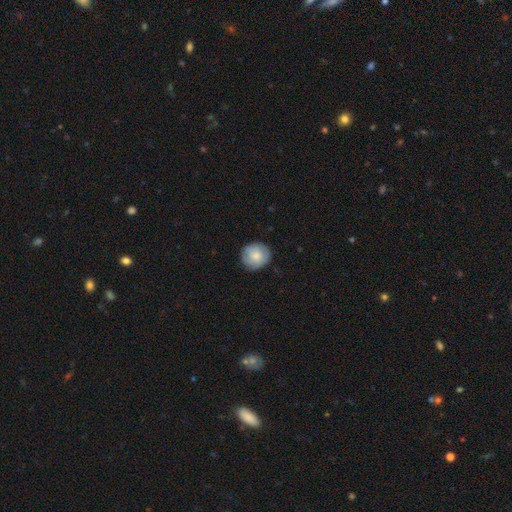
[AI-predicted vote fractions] Q: Smooth or featured?
A: smooth (74%); runner-up: featured or disk (19%)
Q: How rounded?
A: round (89%); runner-up: in between (10%)
Q: Merging?
A: none (84%); runner-up: minor disturbance (13%)